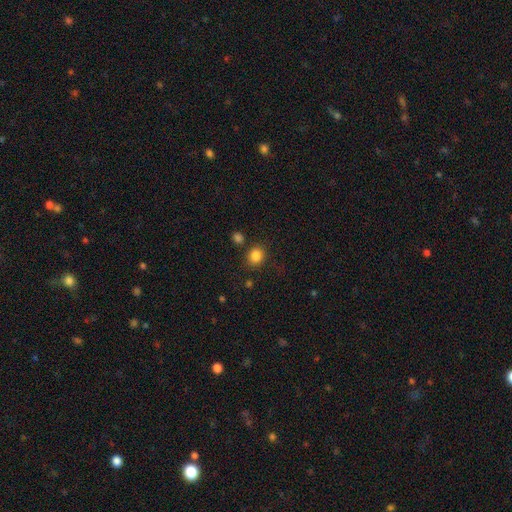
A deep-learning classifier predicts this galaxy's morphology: type=smooth (85%); roundness=round (77%); merging=none (80%).